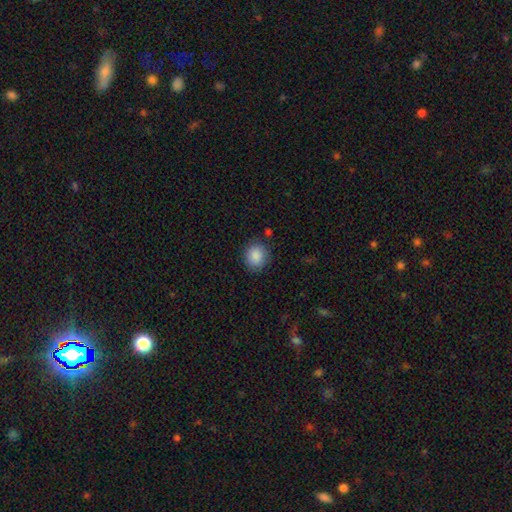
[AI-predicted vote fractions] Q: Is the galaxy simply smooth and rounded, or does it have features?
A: smooth — 88%.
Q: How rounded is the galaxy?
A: round — 78%.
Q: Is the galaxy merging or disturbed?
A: none — 84%.